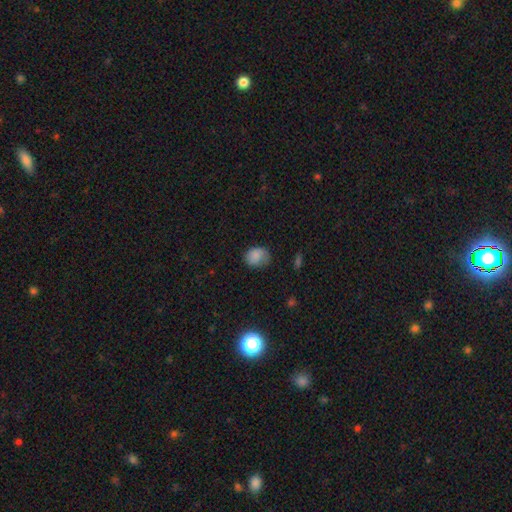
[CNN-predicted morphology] A smooth galaxy with no disk features (83%) that is round (56%).

Vote fractions:
- Smooth or featured? smooth: 83% / star or artifact: 9% / featured or disk: 8%
- How rounded? round: 56% / in between: 43% / cigar-shaped: 1%
- Merging? none: 62% / minor disturbance: 28% / major disturbance: 8% / merger: 1%